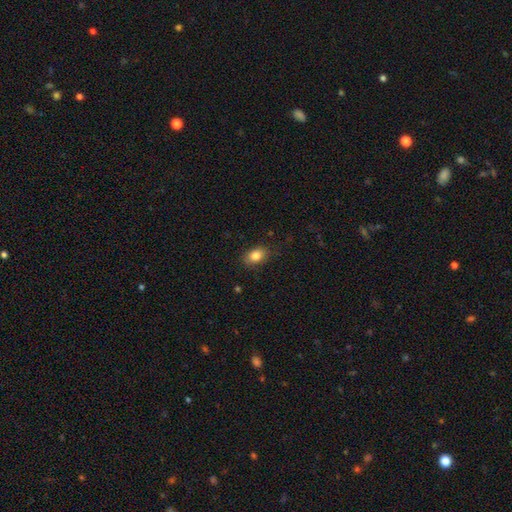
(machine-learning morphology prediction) smooth-or-featured: smooth: 84% | star or artifact: 9% | featured or disk: 7%
  how-rounded: in between: 77% | round: 22% | cigar-shaped: 1%
  merging: none: 82% | minor disturbance: 14% | major disturbance: 3% | merger: 1%